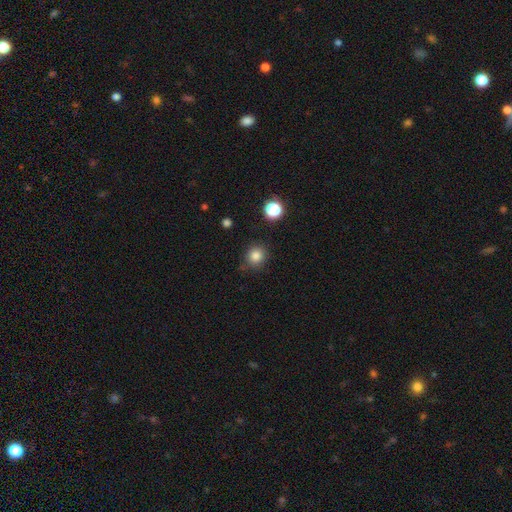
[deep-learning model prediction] A smooth galaxy with no disk features (82%) that is round (87%).

Vote fractions:
- Smooth or featured? smooth: 82% / star or artifact: 13% / featured or disk: 5%
- How rounded? round: 87% / in between: 12% / cigar-shaped: 1%
- Merging? none: 84% / minor disturbance: 10% / major disturbance: 3% / merger: 2%